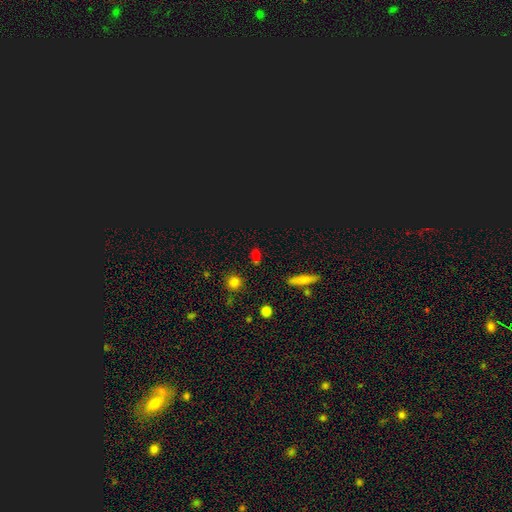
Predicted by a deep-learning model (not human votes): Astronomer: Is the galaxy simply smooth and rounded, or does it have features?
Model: smooth — 58%.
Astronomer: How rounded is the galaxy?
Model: in between — 49% (runner-up: round, 38%).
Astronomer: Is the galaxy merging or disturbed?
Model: none — 78%.